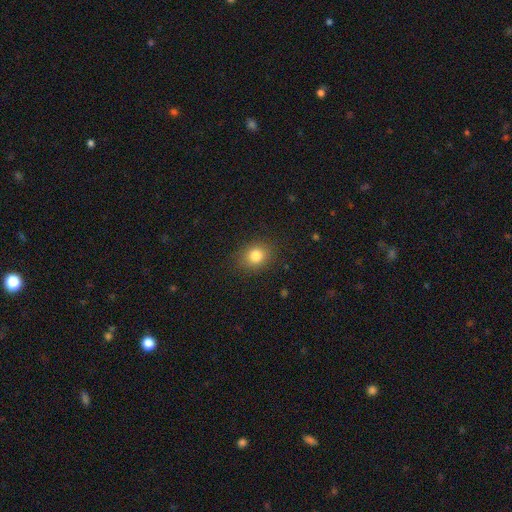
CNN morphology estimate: This is clearly a smooth galaxy (82%). How rounded: likely round (64%). Merging: clearly none (87%).